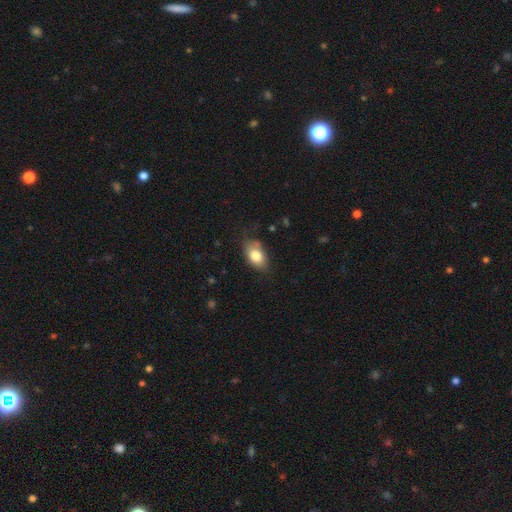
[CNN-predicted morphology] smooth_or_featured: smooth (p=0.81) [alt: featured or disk p=0.12]
how_rounded: in between (p=0.89) [alt: round p=0.09]
merging: none (p=0.69) [alt: minor disturbance p=0.23]